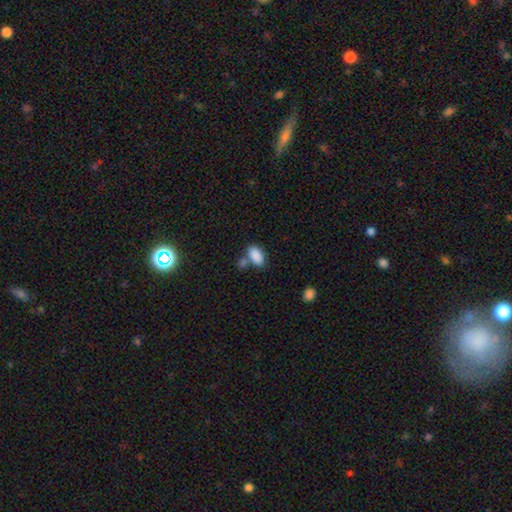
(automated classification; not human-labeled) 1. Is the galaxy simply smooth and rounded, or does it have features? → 88% smooth, 8% star or artifact, 4% featured or disk.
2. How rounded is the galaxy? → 94% in between, 4% round, 2% cigar-shaped.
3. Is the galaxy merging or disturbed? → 56% none, 27% merger, 13% minor disturbance, 4% major disturbance.